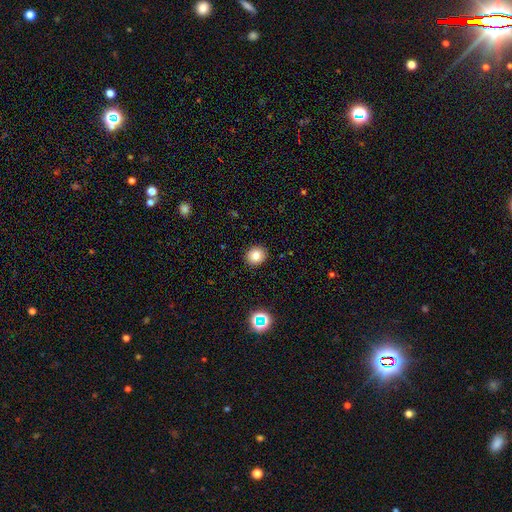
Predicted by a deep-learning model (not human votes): smooth 80%, star or artifact 12%, featured or disk 8%. Down the decision tree: how rounded — round (80%); merging — none (91%).